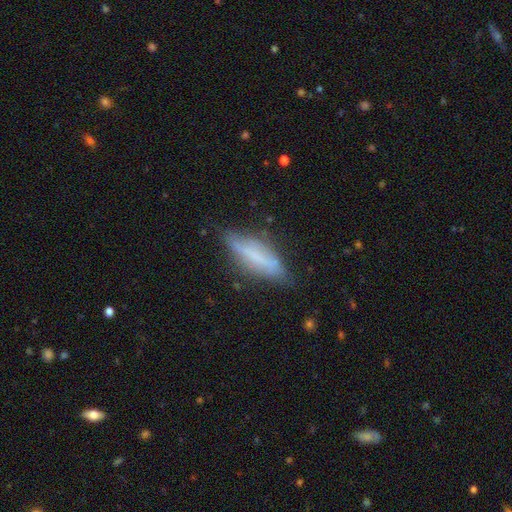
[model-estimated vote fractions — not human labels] A smooth galaxy with no disk features (46%, tied with featured or disk).

Vote fractions:
- Smooth or featured? smooth: 46% (tied) / featured or disk: 46% (tied) / star or artifact: 8%
- Merging? none: 73% / minor disturbance: 20% / major disturbance: 5% / merger: 2%